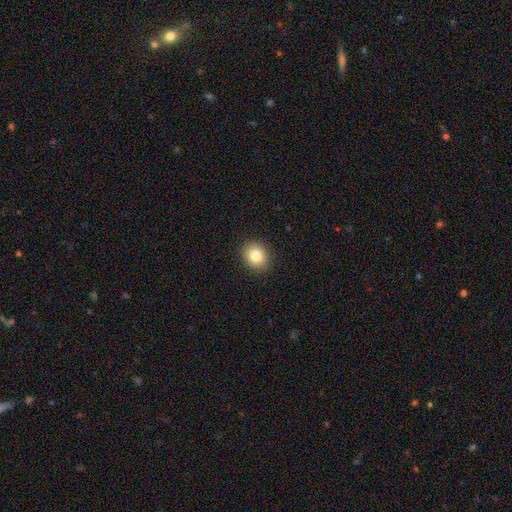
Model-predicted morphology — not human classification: smooth 83%, star or artifact 10%, featured or disk 7%. Down the decision tree: how rounded — round (69%); merging — none (91%).